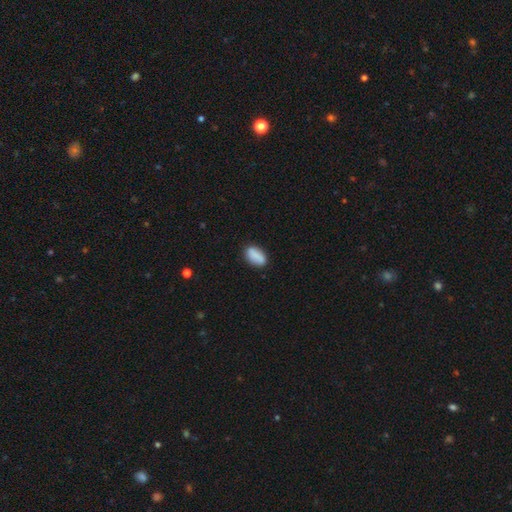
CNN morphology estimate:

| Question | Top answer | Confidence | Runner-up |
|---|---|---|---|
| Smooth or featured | smooth | 86% | star or artifact (7%) |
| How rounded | in between | 88% | cigar-shaped (7%) |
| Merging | none | 84% | minor disturbance (12%) |